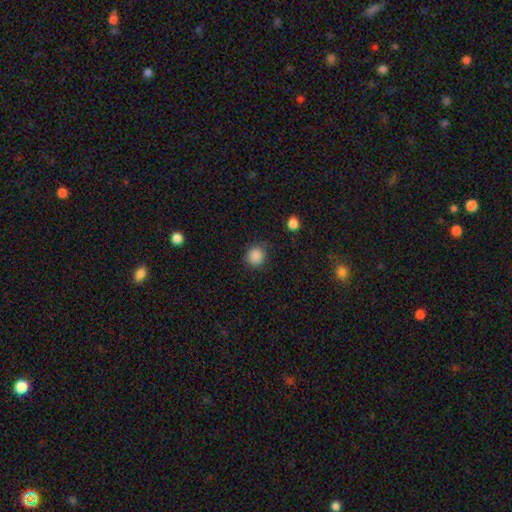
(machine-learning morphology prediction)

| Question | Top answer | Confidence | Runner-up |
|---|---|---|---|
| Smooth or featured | smooth | 87% | star or artifact (10%) |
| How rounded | round | 86% | in between (13%) |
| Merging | none | 83% | minor disturbance (12%) |